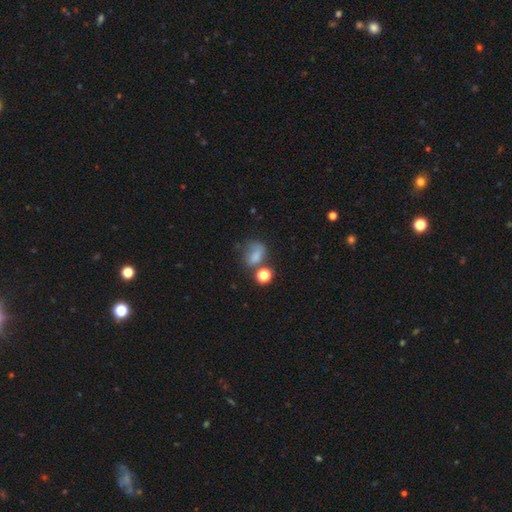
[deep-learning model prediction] smooth 70%, star or artifact 16%, featured or disk 13%. Down the decision tree: how rounded — in between (59%); merging — none (37%).